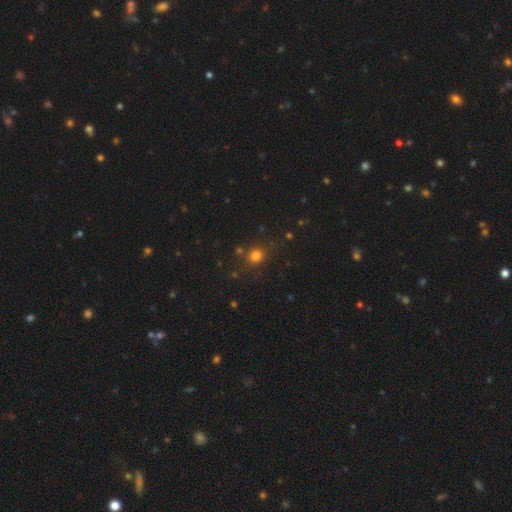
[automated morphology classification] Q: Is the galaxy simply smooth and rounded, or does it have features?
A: smooth — 76%.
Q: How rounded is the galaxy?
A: round — 82%.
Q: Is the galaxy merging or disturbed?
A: none — 79%.